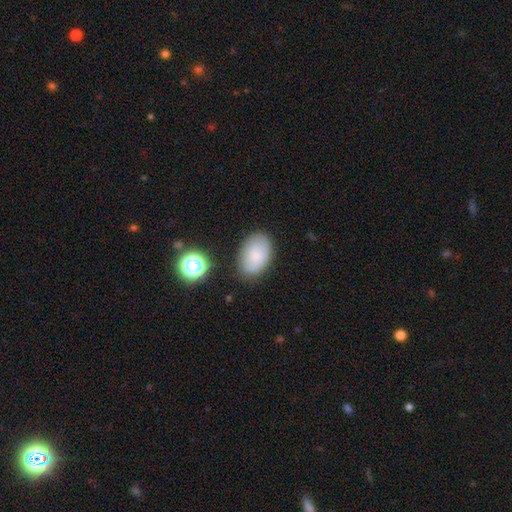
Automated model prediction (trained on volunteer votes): A smooth galaxy with no disk features (81%) that is in between round and cigar-shaped (90%). Merging: none (80%).